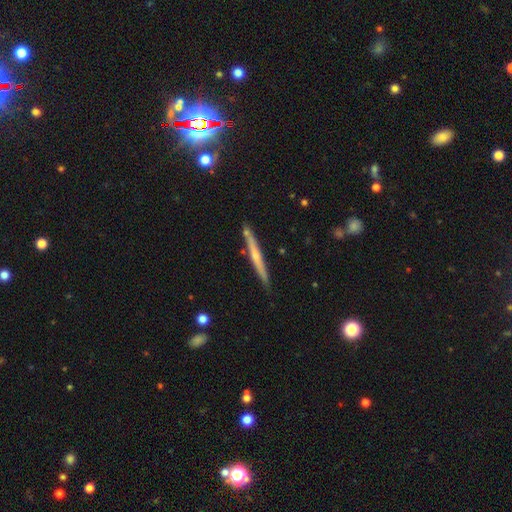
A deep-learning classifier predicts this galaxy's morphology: Smooth or featured?
  - featured or disk: 57% *
  - smooth: 37%
  - star or artifact: 6%
Edge-on disk?
  - yes: 97% *
  - no: 3%
Edge-on bulge?
  - none: 49% *
  - rounded: 46%
  - boxy: 6%
Merging?
  - none: 86% *
  - minor disturbance: 9%
  - merger: 3%
  - major disturbance: 2%